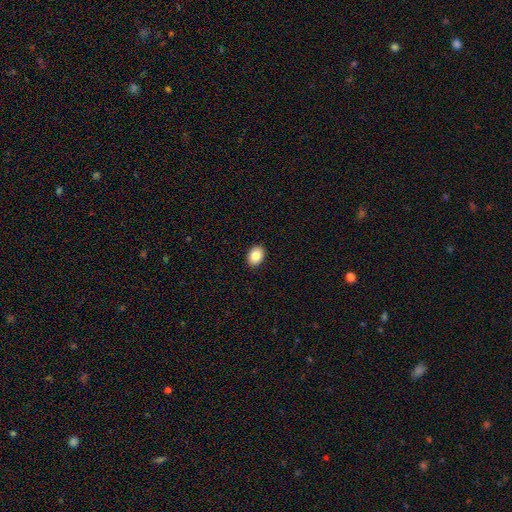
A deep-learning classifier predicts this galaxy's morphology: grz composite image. It shows a smooth galaxy with no disk features (85%) that is in between round and cigar-shaped (70%). Merging: none (92%).